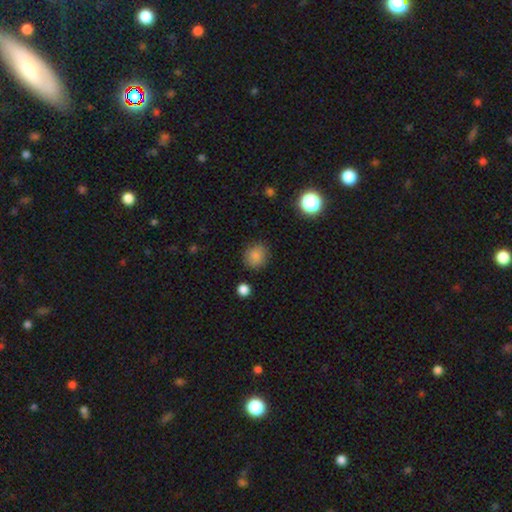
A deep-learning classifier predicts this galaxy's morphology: Smooth or featured: smooth — 83% (star or artifact — 11%)
How rounded: round — 84% (in between — 15%)
Merging: none — 85% (minor disturbance — 10%)